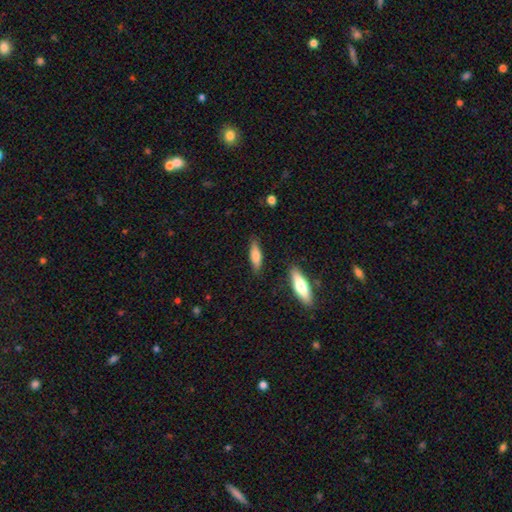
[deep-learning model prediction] Smooth or featured?
  - smooth: 74% *
  - featured or disk: 20%
  - star or artifact: 6%
How rounded?
  - cigar-shaped: 53% *
  - in between: 45%
  - round: 2%
Merging?
  - none: 84% *
  - minor disturbance: 11%
  - merger: 2%
  - major disturbance: 2%